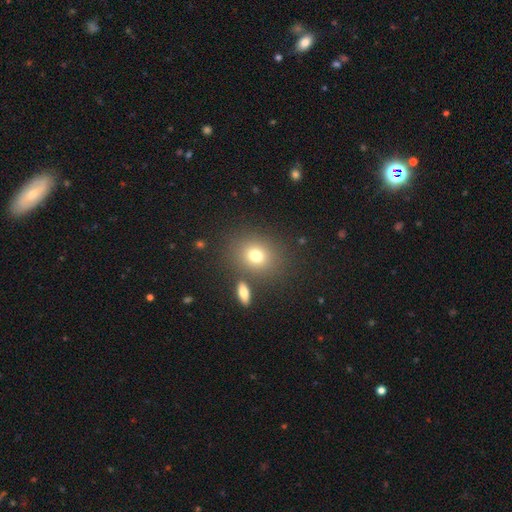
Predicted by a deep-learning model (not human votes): A smooth galaxy with no disk features (74%) that is round (62%). Merging: none (78%).